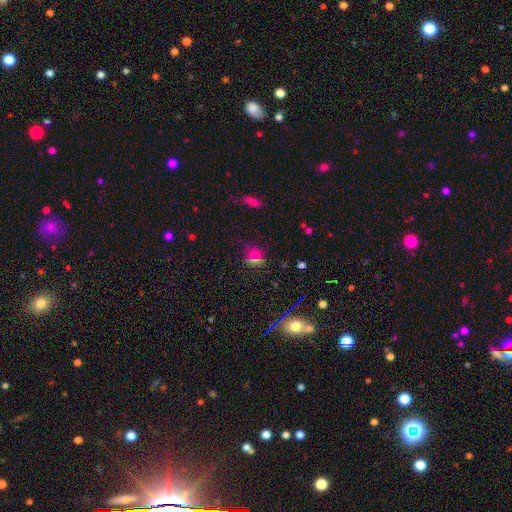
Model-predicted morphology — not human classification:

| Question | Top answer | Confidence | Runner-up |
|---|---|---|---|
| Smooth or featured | smooth | 57% | star or artifact (34%) |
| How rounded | round | 77% | in between (20%) |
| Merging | none | 77% | minor disturbance (12%) |